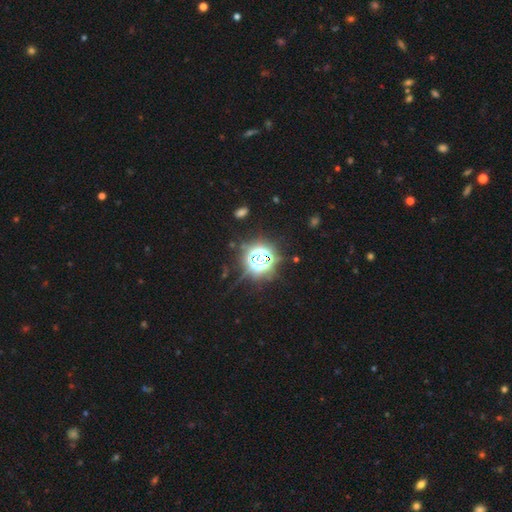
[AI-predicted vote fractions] Smooth or featured?
  - star or artifact: 78% *
  - smooth: 14%
  - featured or disk: 9%